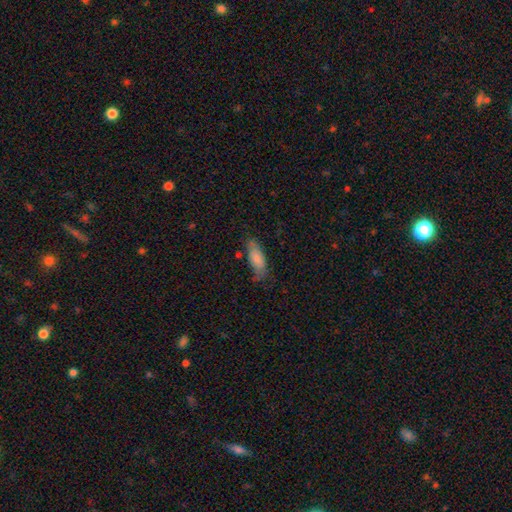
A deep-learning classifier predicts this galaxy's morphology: Smooth or featured?
  - smooth: 70% *
  - featured or disk: 22%
  - star or artifact: 8%
How rounded?
  - in between: 61% *
  - cigar-shaped: 37%
  - round: 2%
Merging?
  - none: 66% *
  - minor disturbance: 24%
  - major disturbance: 7%
  - merger: 3%